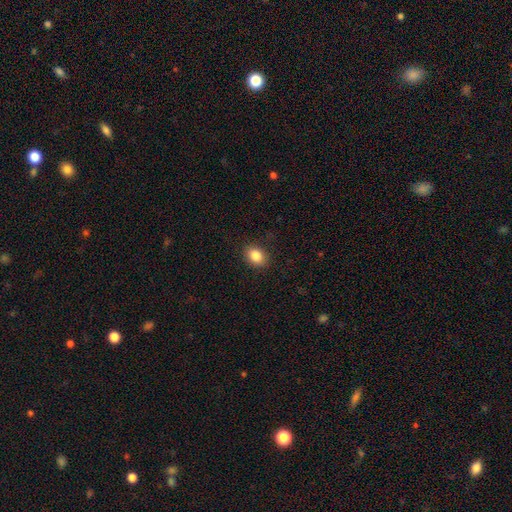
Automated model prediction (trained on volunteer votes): Smooth or featured: smooth — 86% (star or artifact — 9%)
How rounded: in between — 64% (round — 35%)
Merging: none — 88% (minor disturbance — 8%)